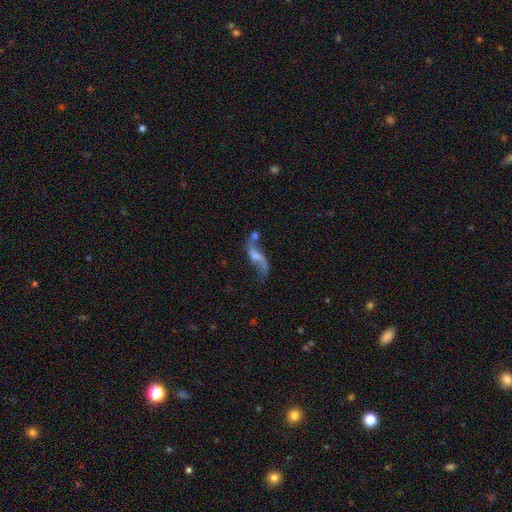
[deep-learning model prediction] The model was most divided on "bulge size": small: 36%, moderate: 31%, none: 25%, large: 6%, dominant: 2%. Remaining: spiral winding — loose (92%); edge-on disk — no (90%); spiral arms — yes (88%); spiral arm count — 2 (86%); smooth or featured — featured or disk (77%); bar — no (49%); merging — none (41%).